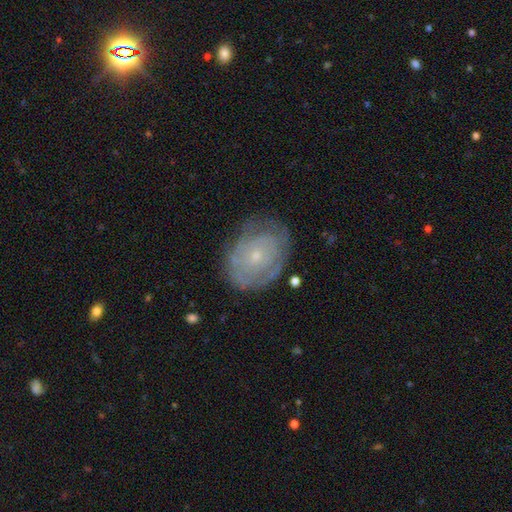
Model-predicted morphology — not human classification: A featured or disk galaxy (62%) with no bar (85%), spiral arms (67%) and a small central bulge (77%). Merging: none (70%).